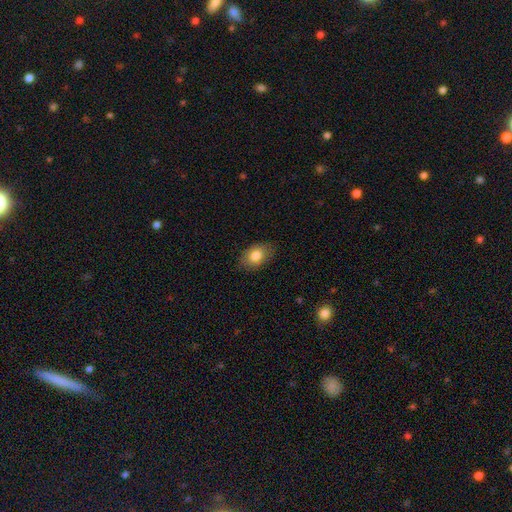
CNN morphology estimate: Smooth or featured? Predicted: smooth (p=0.81). How rounded? Predicted: in between (p=0.84). Merging? Predicted: none (p=0.82).